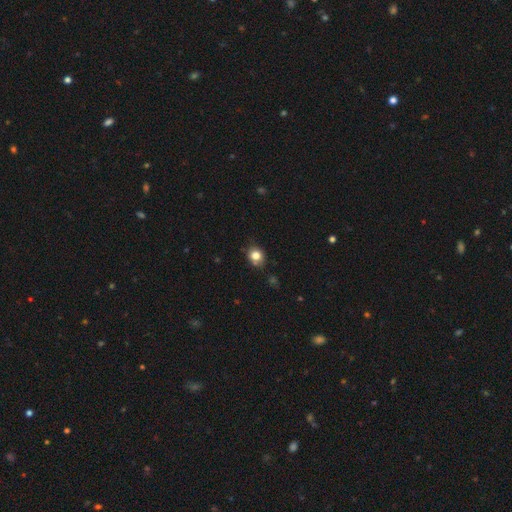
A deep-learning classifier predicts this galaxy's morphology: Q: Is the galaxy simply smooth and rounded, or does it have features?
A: smooth — 80%.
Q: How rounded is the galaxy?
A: round — 67%.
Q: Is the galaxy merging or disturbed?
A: none — 73%.